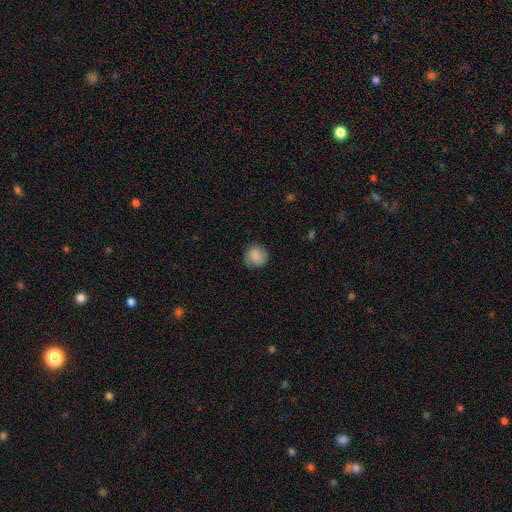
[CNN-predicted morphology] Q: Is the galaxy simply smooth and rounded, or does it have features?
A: smooth — 85%.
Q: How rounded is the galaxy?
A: round — 88%.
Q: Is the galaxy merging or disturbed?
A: none — 80%.